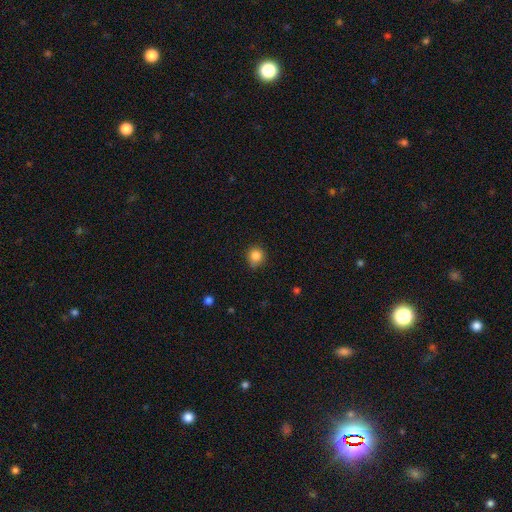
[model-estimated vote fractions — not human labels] Smooth or featured: smooth — 84% (star or artifact — 11%)
How rounded: round — 84% (in between — 15%)
Merging: none — 73% (minor disturbance — 22%)